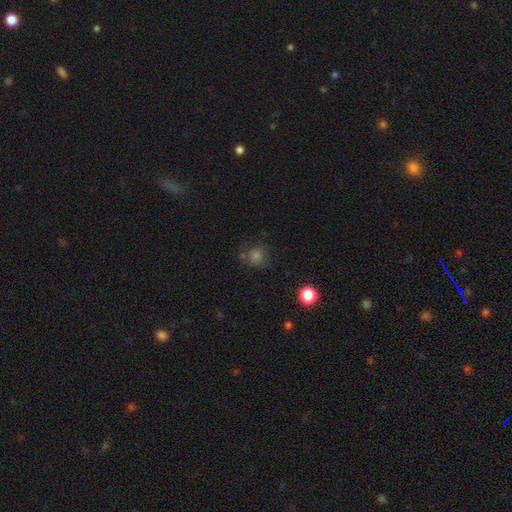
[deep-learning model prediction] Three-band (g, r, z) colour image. It shows a smooth galaxy with no disk features (67%) that is round (87%). Merging: none (72%).